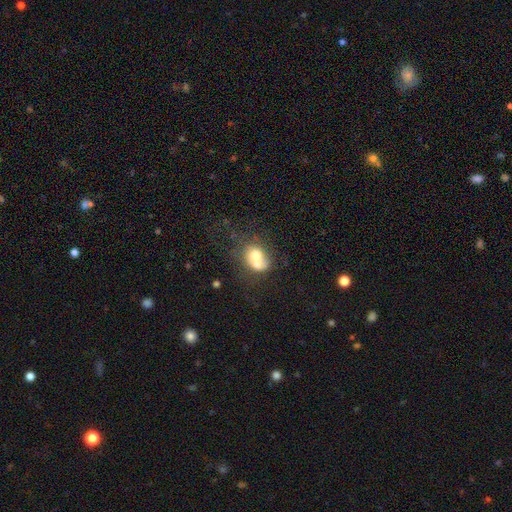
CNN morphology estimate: smooth_or_featured: smooth (p=0.61) [alt: featured or disk p=0.29]
how_rounded: round (p=0.56) [alt: in between p=0.43]
merging: merger (p=0.62) [alt: none p=0.23]